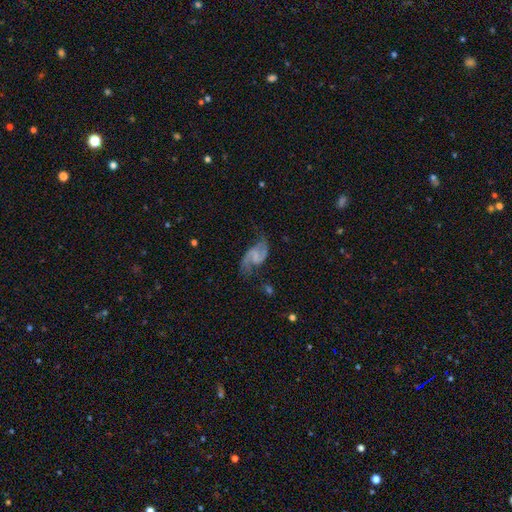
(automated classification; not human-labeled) Overall: featured or disk (86%). Edge-on disk: no (98%). Bar: weak (49%; no 33%). Spiral arms: yes (96%). Spiral arm count: 2 (93%). Spiral winding: loose (55%; medium 37%). Bulge size: none (51%; small 32%). Merging: none (65%).